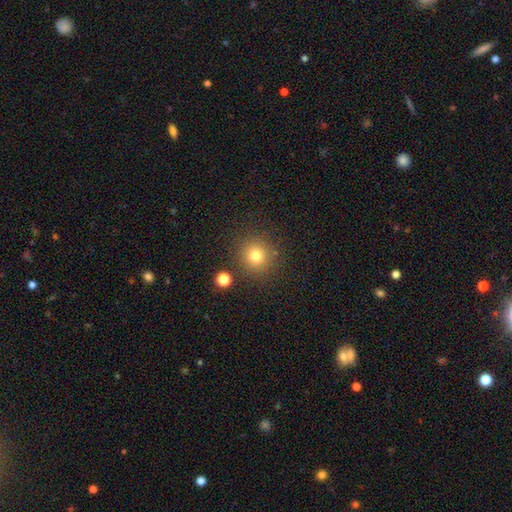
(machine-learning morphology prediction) This appears to be a smooth galaxy with no disk features (78%) that is round (94%). Merging: none (85%).